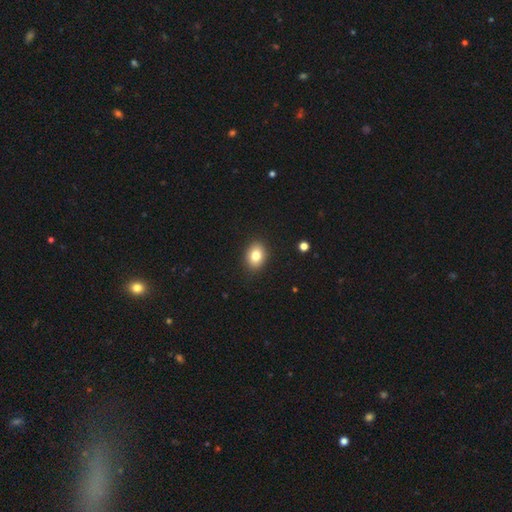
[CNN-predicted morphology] smooth_or_featured: smooth (p=0.82) [alt: star or artifact p=0.09]
how_rounded: in between (p=0.66) [alt: round p=0.33]
merging: none (p=0.89) [alt: minor disturbance p=0.08]